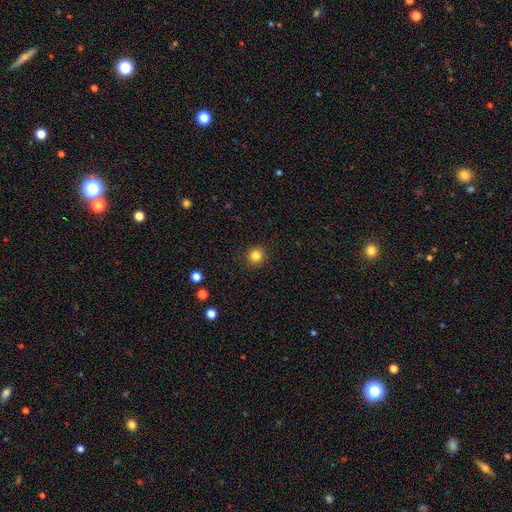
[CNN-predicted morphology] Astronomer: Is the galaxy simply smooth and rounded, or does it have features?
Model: smooth — 83%.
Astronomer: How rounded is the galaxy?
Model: round — 90%.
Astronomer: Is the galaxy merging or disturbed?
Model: none — 91%.